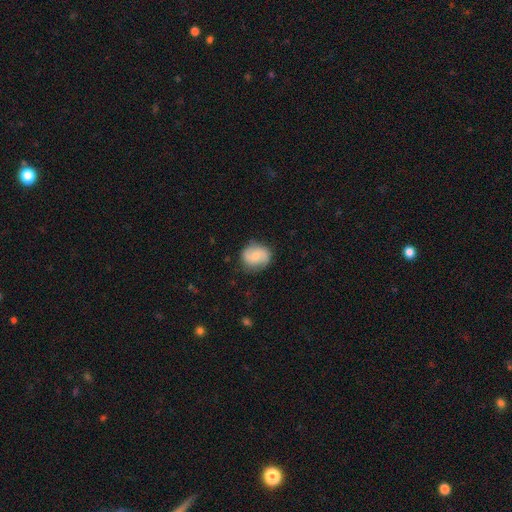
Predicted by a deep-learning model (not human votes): This appears to be a featured or disk galaxy (48%). Merging: none (80%).